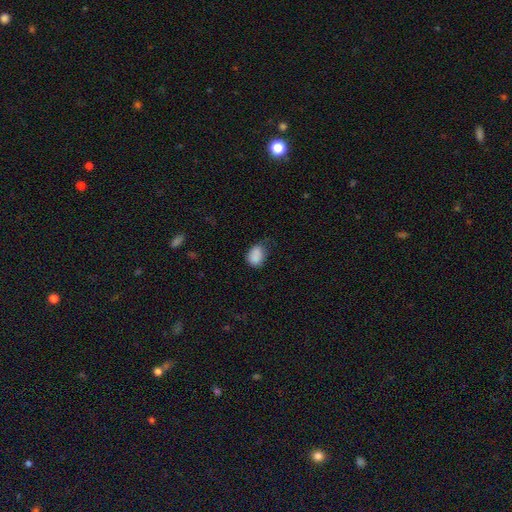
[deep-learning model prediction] Morphology: type=smooth (84%); roundness=in between (67%); merging=none (44%).